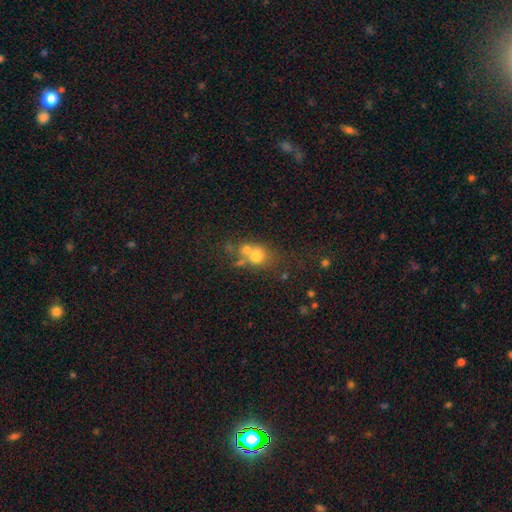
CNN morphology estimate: type=smooth (68%); roundness=round (72%); merging=merger (47%).